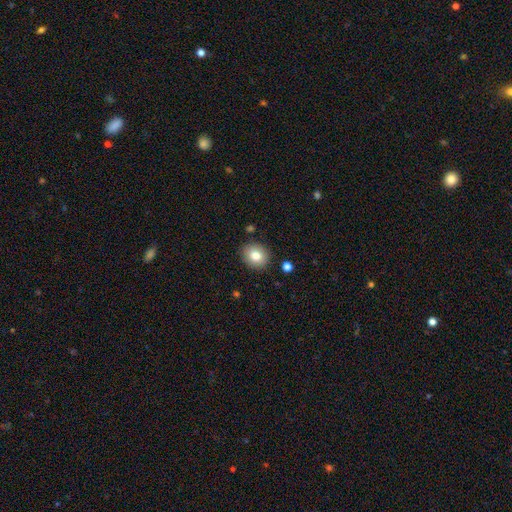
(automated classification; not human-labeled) smooth_or_featured: smooth (p=0.80) [alt: featured or disk p=0.10]
how_rounded: round (p=0.67) [alt: in between p=0.32]
merging: none (p=0.88) [alt: minor disturbance p=0.08]